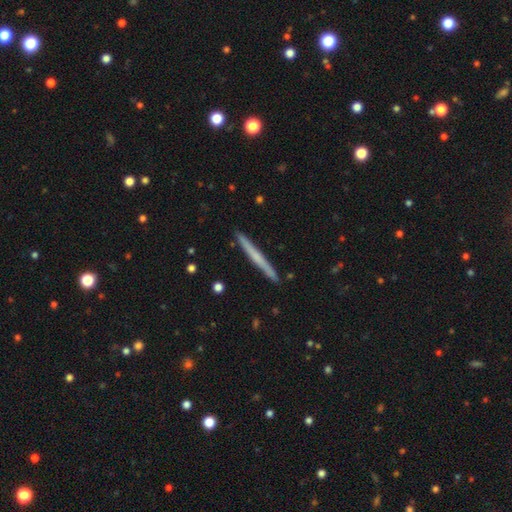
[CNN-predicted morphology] This appears to be a smooth galaxy with no disk features (48%). Merging: none (92%).